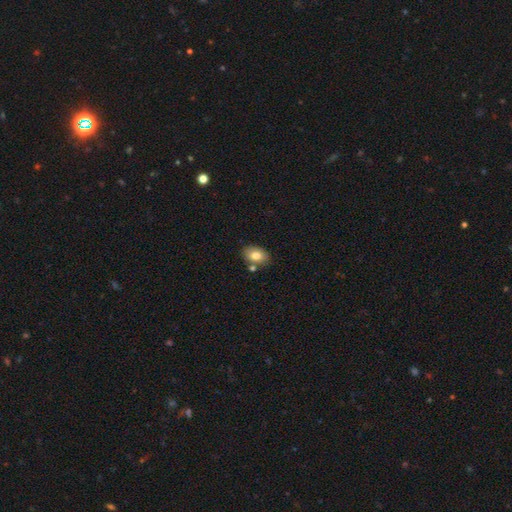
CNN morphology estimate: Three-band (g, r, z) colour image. It shows a smooth galaxy with no disk features (79%) that is in between round and cigar-shaped (82%). Merging: none (75%).